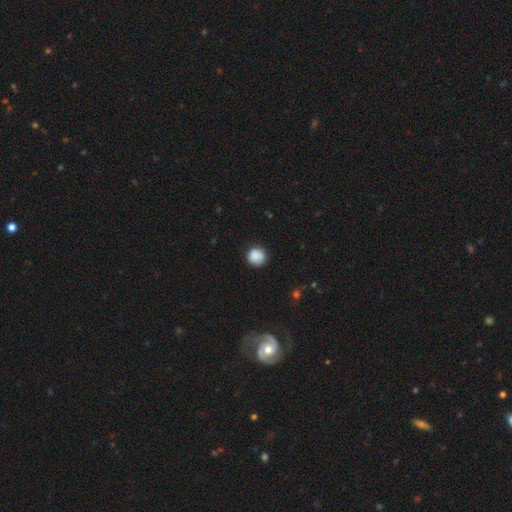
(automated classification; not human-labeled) Smooth or featured? smooth (85%)
How rounded? round (92%)
Merging? none (78%)